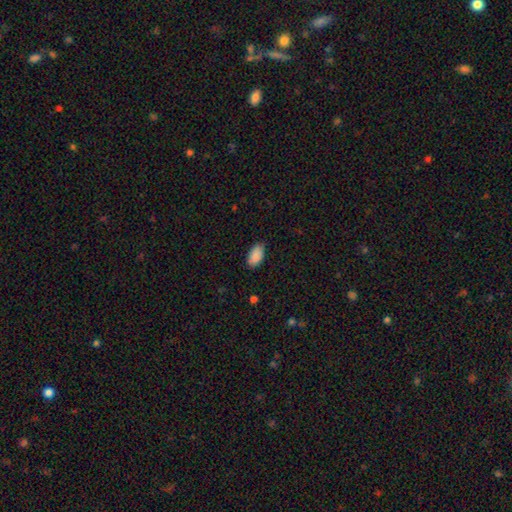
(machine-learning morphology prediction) A smooth galaxy with no disk features (89%) that is in between round and cigar-shaped (94%).

Vote fractions:
- Smooth or featured? smooth: 89% / star or artifact: 7% / featured or disk: 4%
- How rounded? in between: 94% / round: 3% / cigar-shaped: 2%
- Merging? none: 82% / minor disturbance: 14% / major disturbance: 3% / merger: 1%